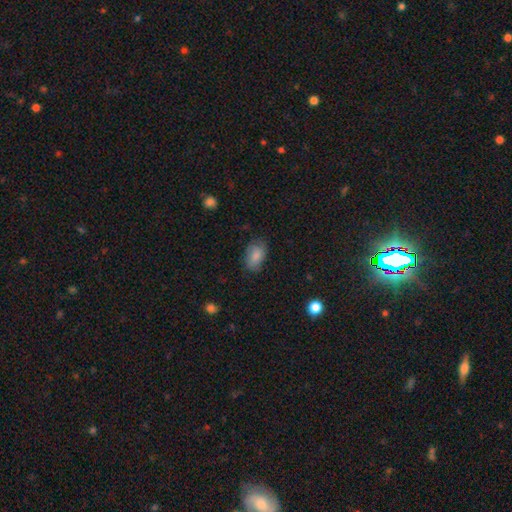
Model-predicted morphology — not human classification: Q: Smooth or featured?
A: smooth (82%); runner-up: featured or disk (10%)
Q: How rounded?
A: in between (90%); runner-up: round (9%)
Q: Merging?
A: none (72%); runner-up: minor disturbance (22%)